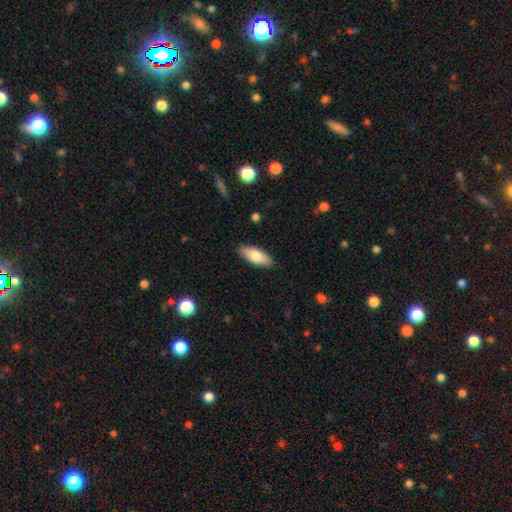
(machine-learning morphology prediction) type=smooth (79%); roundness=in between (77%); merging=none (88%).